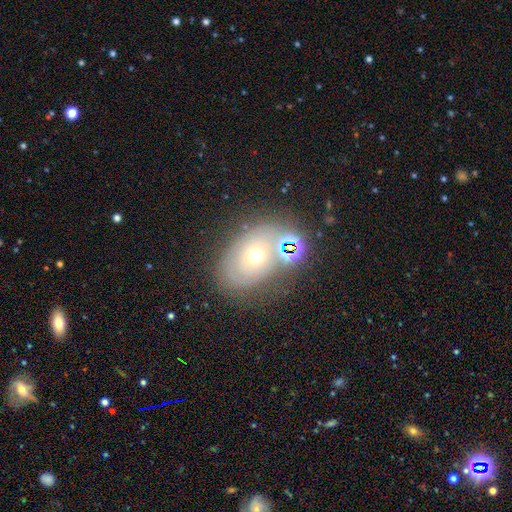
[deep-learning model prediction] smooth_or_featured: featured or disk (p=0.43) [alt: smooth p=0.36]
merging: none (p=0.64) [alt: minor disturbance p=0.17]